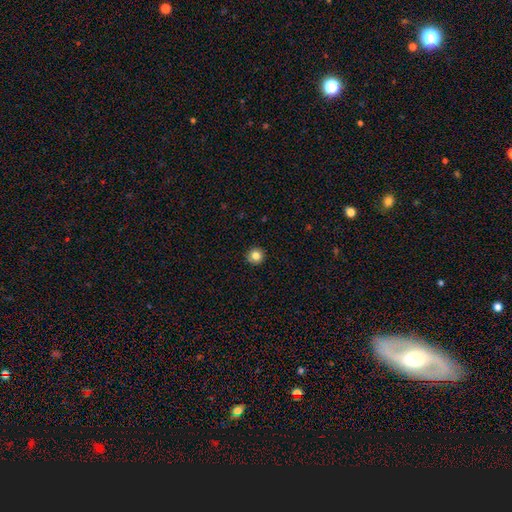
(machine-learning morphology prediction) Smooth or featured? smooth (83%)
How rounded? round (95%)
Merging? none (92%)